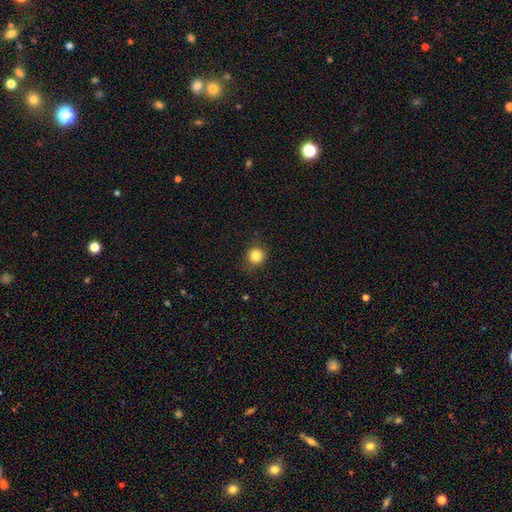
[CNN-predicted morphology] Smooth or featured? Predicted: smooth (p=0.84). How rounded? Predicted: round (p=0.92). Merging? Predicted: none (p=0.87).